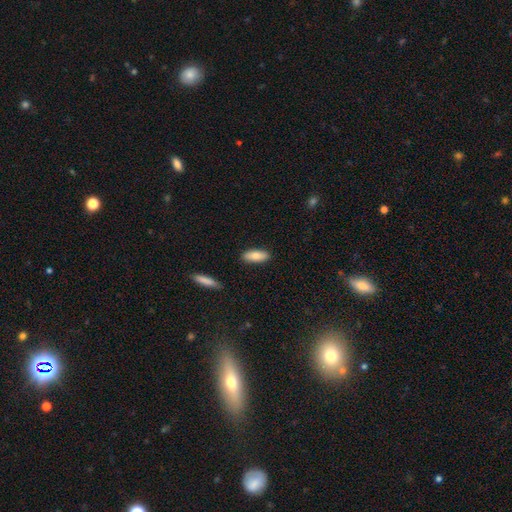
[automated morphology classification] This is clearly a smooth galaxy (83%). How rounded: likely in between (76%). Merging: clearly none (88%).